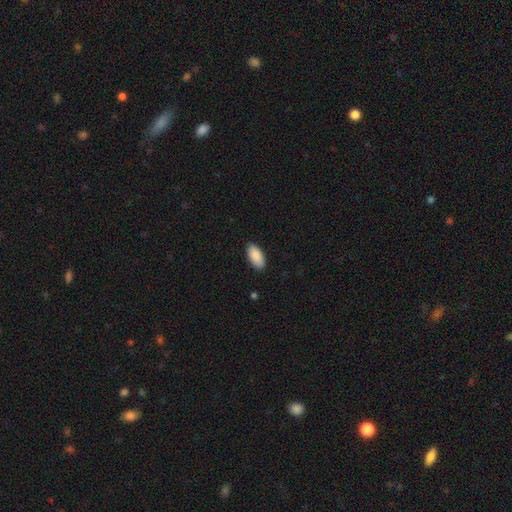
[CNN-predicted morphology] smooth-or-featured: smooth: 90% | star or artifact: 6% | featured or disk: 4%
  how-rounded: in between: 93% | cigar-shaped: 5% | round: 2%
  merging: none: 88% | minor disturbance: 9% | major disturbance: 2% | merger: 1%